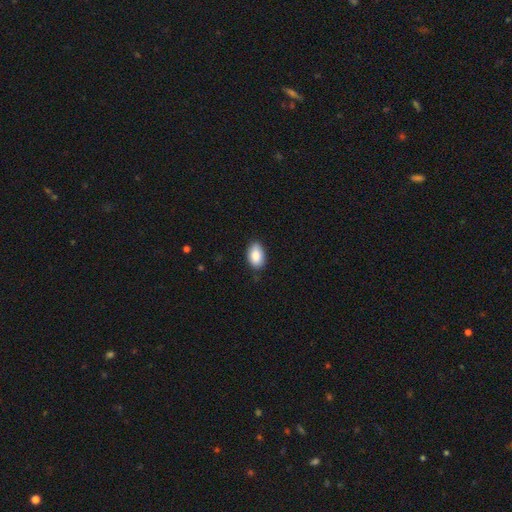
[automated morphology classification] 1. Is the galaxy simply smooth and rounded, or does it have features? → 87% smooth, 7% star or artifact, 6% featured or disk.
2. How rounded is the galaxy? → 91% in between, 7% round, 1% cigar-shaped.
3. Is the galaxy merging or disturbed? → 83% none, 13% minor disturbance, 2% major disturbance, 1% merger.